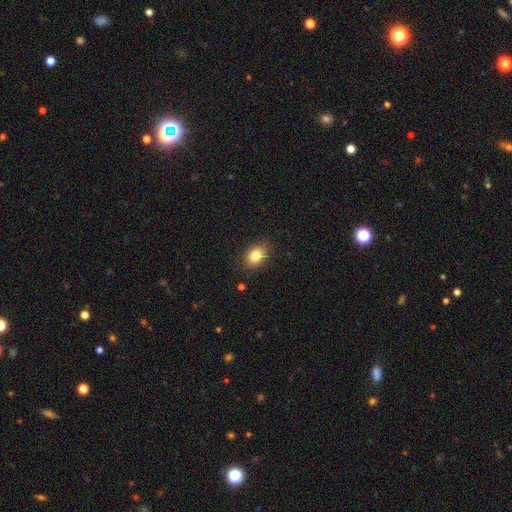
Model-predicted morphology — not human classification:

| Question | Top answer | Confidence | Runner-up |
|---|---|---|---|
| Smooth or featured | smooth | 83% | star or artifact (9%) |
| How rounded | in between | 76% | round (23%) |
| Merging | none | 85% | minor disturbance (11%) |